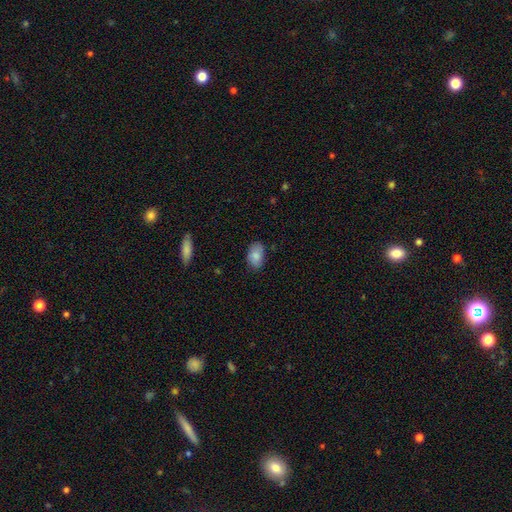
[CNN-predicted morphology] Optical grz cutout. It shows a smooth galaxy with no disk features (84%) that is in between round and cigar-shaped (91%). Merging: none (81%).